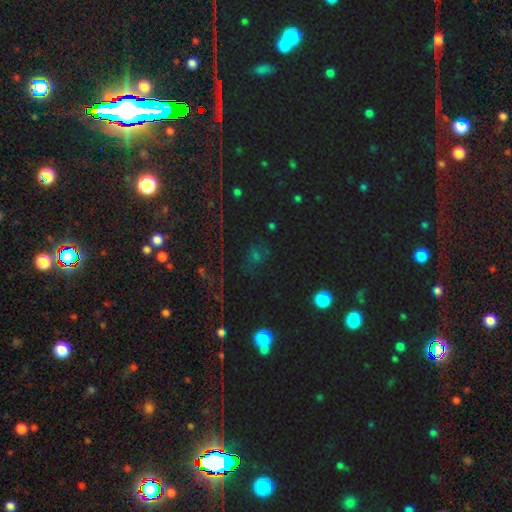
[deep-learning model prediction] Smooth or featured? star or artifact (57%)